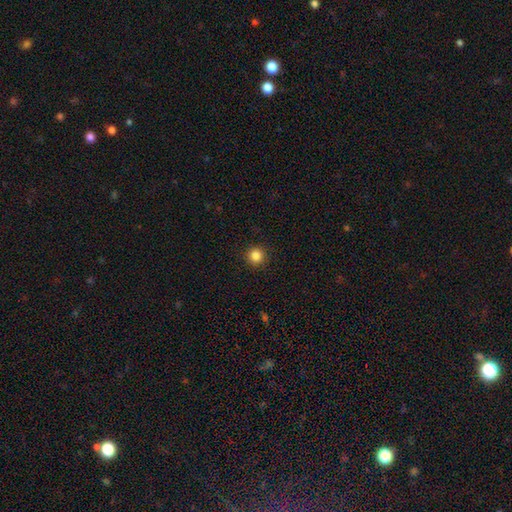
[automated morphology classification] smooth 85%, star or artifact 12%, featured or disk 4%. Down the decision tree: how rounded — round (95%); merging — none (93%).